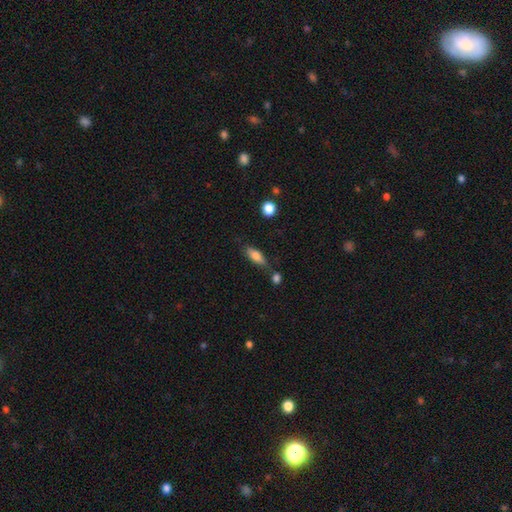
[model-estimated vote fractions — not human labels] Smooth or featured? smooth (76%)
How rounded? in between (71%)
Merging? none (63%)